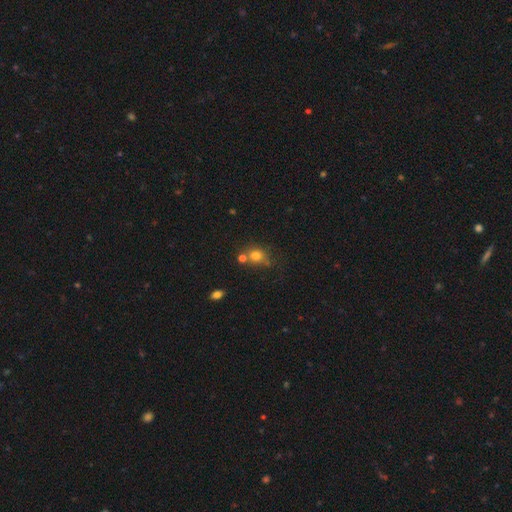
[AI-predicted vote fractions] Smooth or featured?
  - smooth: 75% *
  - star or artifact: 14%
  - featured or disk: 10%
How rounded?
  - round: 74% *
  - in between: 25%
  - cigar-shaped: 1%
Merging?
  - none: 55% *
  - merger: 24%
  - minor disturbance: 15%
  - major disturbance: 6%